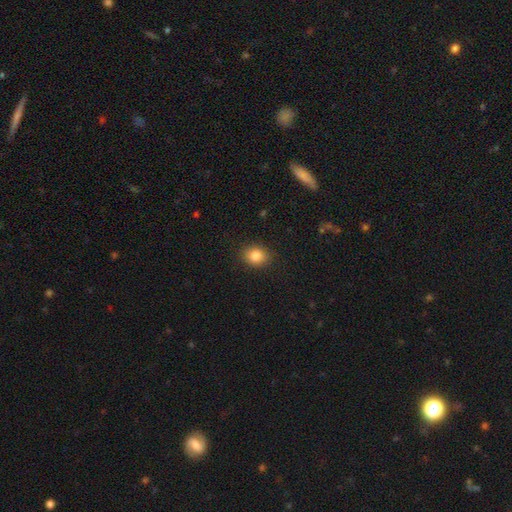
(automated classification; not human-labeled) Smooth or featured? Predicted: smooth (p=0.84). How rounded? Predicted: round (p=0.58). Merging? Predicted: none (p=0.88).